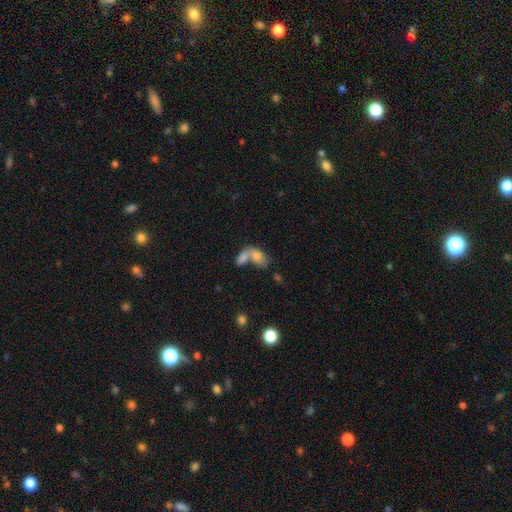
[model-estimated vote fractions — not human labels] A smooth galaxy with no disk features (75%) that is in between round and cigar-shaped (87%).

Vote fractions:
- Smooth or featured? smooth: 75% / featured or disk: 16% / star or artifact: 9%
- How rounded? in between: 87% / round: 10% / cigar-shaped: 4%
- Merging? merger: 70% / none: 17% / minor disturbance: 7% / major disturbance: 6%